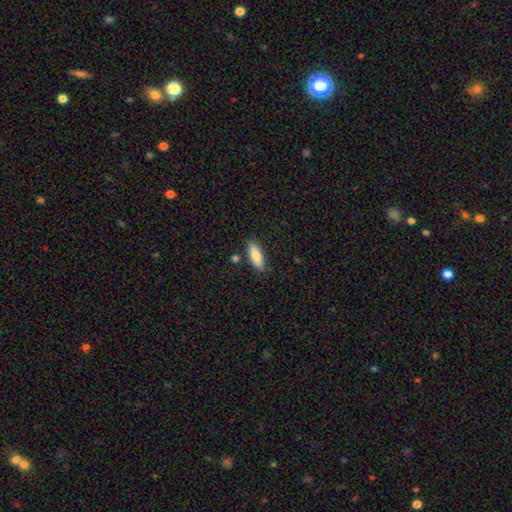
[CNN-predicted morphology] The model was most divided on "how rounded": in between: 63%, cigar-shaped: 35%, round: 2%. More confident: merging — none (82%); smooth or featured — smooth (78%).